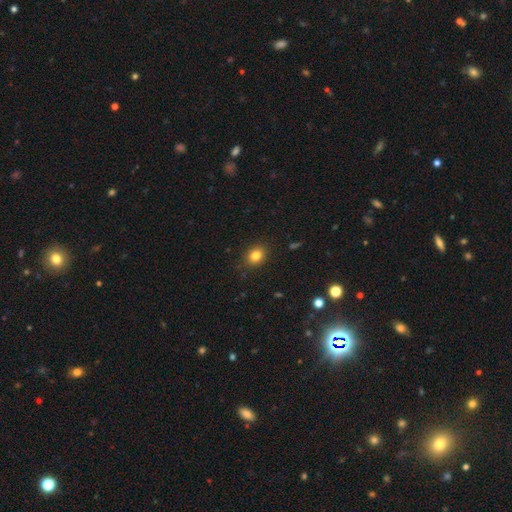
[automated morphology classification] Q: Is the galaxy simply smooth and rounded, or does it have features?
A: smooth — 82%.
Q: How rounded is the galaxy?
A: round — 50%.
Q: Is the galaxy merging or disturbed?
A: none — 87%.